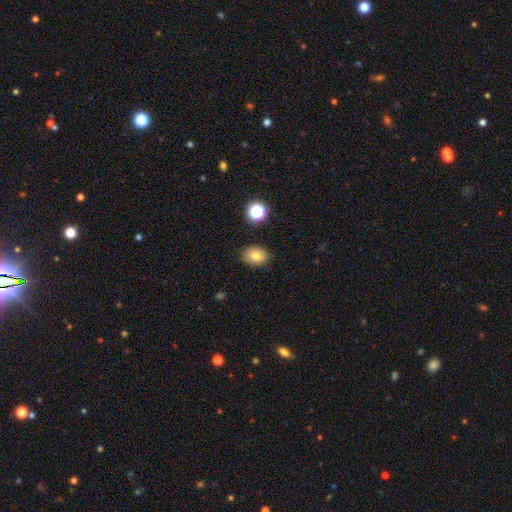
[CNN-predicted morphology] A smooth galaxy with no disk features (79%) that is in between round and cigar-shaped (57%). Merging: none (87%).